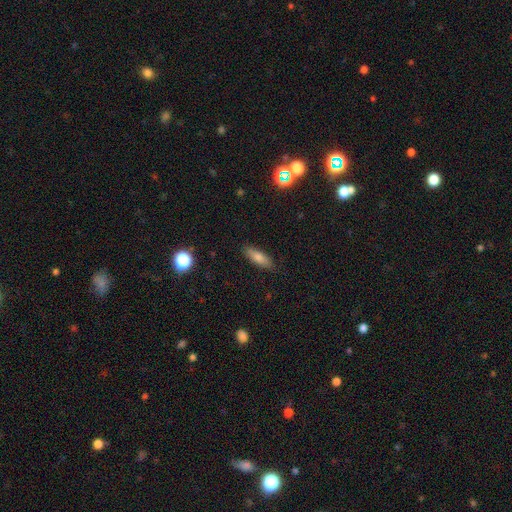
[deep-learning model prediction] A smooth galaxy with no disk features (73%) that is in between round and cigar-shaped (53%).

Vote fractions:
- Smooth or featured? smooth: 73% / featured or disk: 16% / star or artifact: 11%
- How rounded? in between: 53% / cigar-shaped: 43% / round: 3%
- Merging? none: 88% / minor disturbance: 9% / major disturbance: 2% / merger: 1%